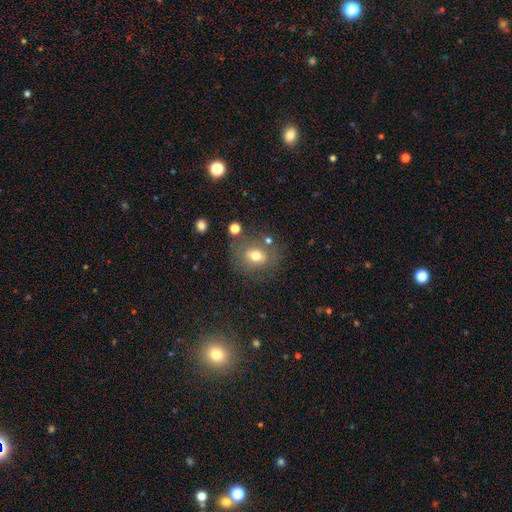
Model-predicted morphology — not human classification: This is likely a smooth galaxy (67%). How rounded: possibly round (57%). Merging: likely none (71%).